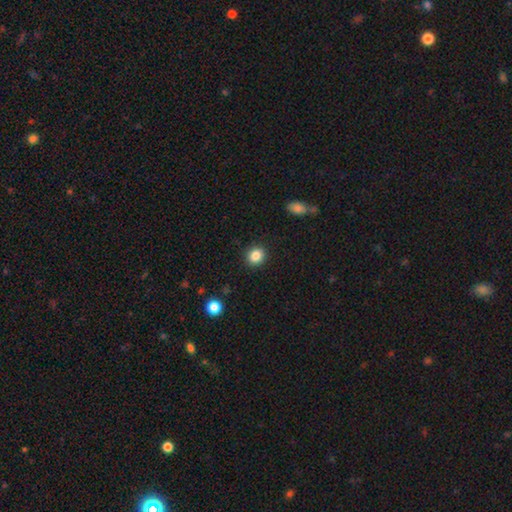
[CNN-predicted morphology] Overall: smooth (85%). How rounded: round (78%). Merging: none (90%).